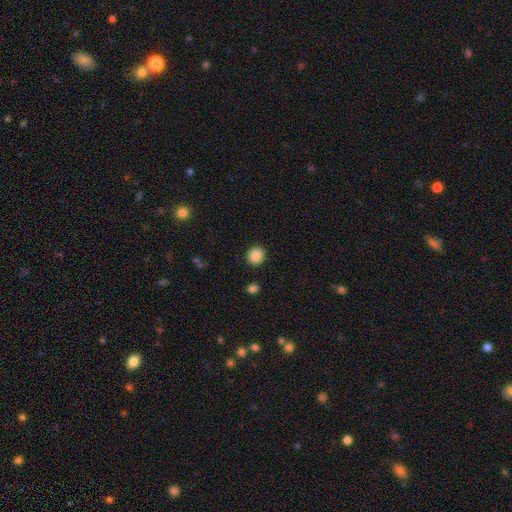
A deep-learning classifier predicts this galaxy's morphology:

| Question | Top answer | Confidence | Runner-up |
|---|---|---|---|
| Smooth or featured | smooth | 88% | star or artifact (9%) |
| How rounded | round | 87% | in between (12%) |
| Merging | none | 91% | minor disturbance (5%) |